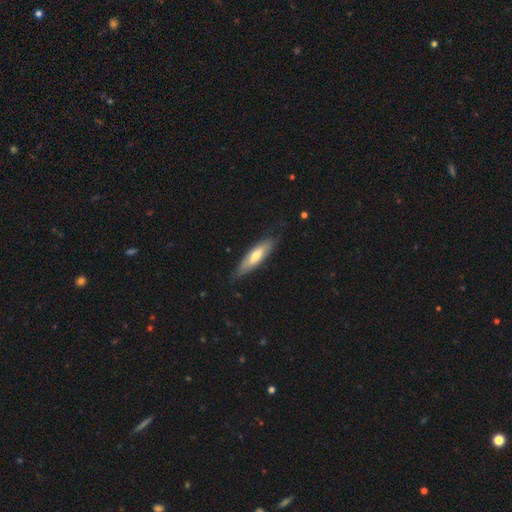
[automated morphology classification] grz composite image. It shows a smooth galaxy with no disk features (60%) that is cigar-shaped (60%). Merging: none (76%).